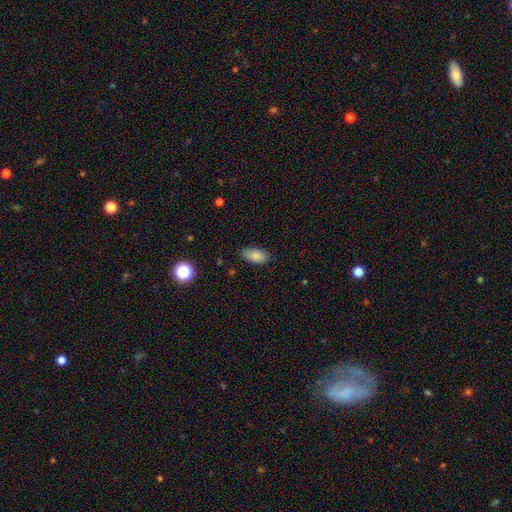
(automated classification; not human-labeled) smooth-or-featured: smooth: 85% | star or artifact: 8% | featured or disk: 7%
  how-rounded: in between: 90% | cigar-shaped: 7% | round: 3%
  merging: none: 82% | minor disturbance: 14% | major disturbance: 3% | merger: 1%